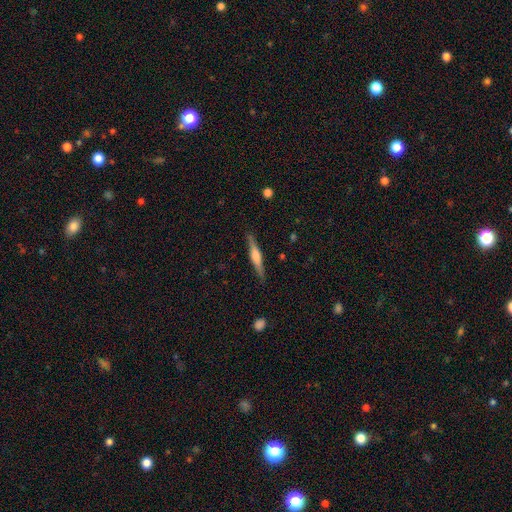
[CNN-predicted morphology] Smooth or featured? Predicted: featured or disk (p=0.63). Edge-on disk? Predicted: yes (p=0.97). Edge-on bulge? Predicted: rounded (p=0.75). Merging? Predicted: none (p=0.88).